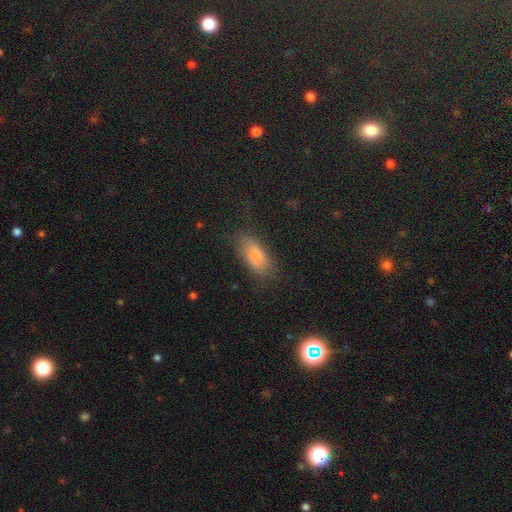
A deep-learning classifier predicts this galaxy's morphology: Q: Smooth or featured?
A: smooth (79%); runner-up: featured or disk (12%)
Q: How rounded?
A: in between (84%); runner-up: cigar-shaped (13%)
Q: Merging?
A: none (66%); runner-up: minor disturbance (22%)